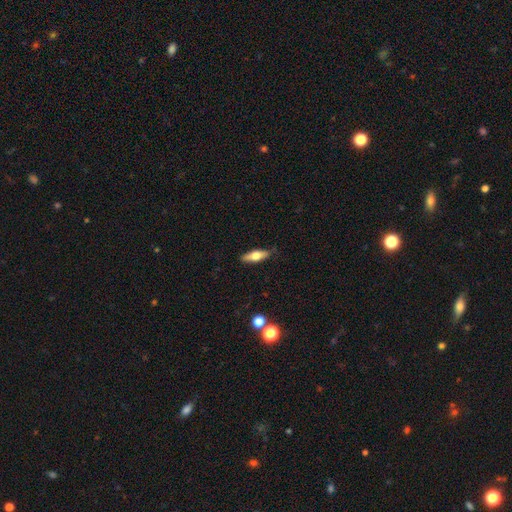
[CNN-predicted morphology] Q: Smooth or featured?
A: smooth (55%); runner-up: featured or disk (38%)
Q: How rounded?
A: in between (49%); runner-up: cigar-shaped (48%)
Q: Merging?
A: none (87%); runner-up: minor disturbance (10%)